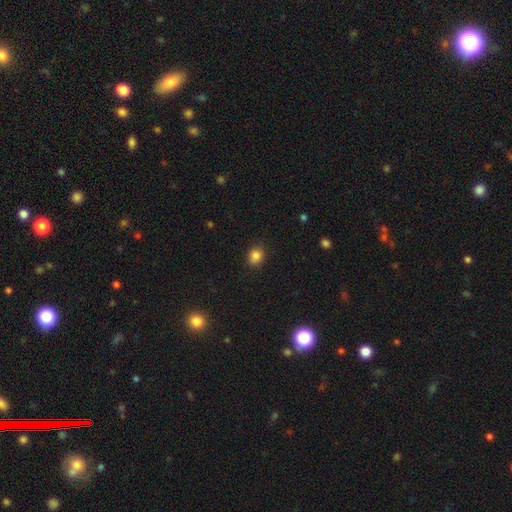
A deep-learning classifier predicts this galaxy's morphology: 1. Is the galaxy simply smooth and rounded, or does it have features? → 84% smooth, 11% star or artifact, 5% featured or disk.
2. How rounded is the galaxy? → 67% round, 32% in between, 1% cigar-shaped.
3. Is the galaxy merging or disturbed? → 85% none, 12% minor disturbance, 3% major disturbance, 1% merger.